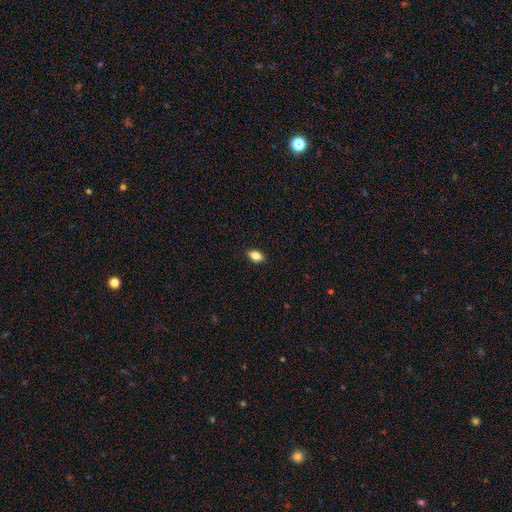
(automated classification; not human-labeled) Smooth or featured? smooth (78%)
How rounded? in between (85%)
Merging? none (89%)